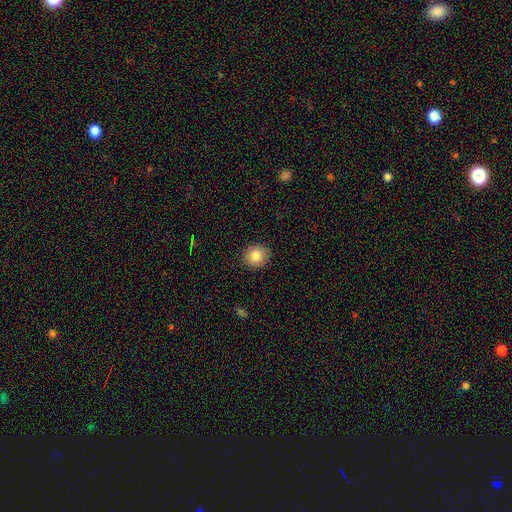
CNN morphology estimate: smooth_or_featured: smooth (p=0.84) [alt: star or artifact p=0.09]
how_rounded: round (p=0.82) [alt: in between p=0.17]
merging: none (p=0.90) [alt: minor disturbance p=0.07]